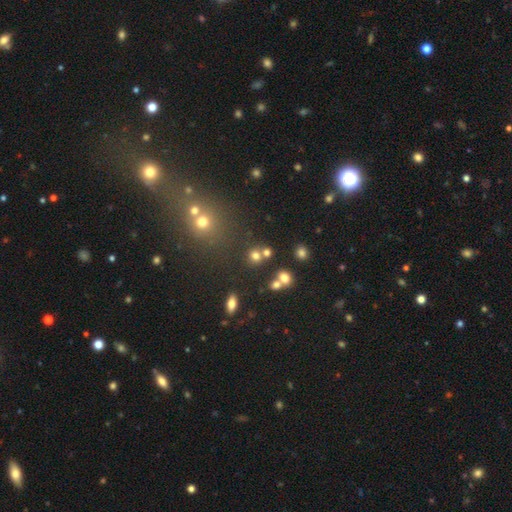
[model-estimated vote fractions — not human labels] A smooth galaxy with no disk features (71%) that is round (84%).

Vote fractions:
- Smooth or featured? smooth: 71% / star or artifact: 18% / featured or disk: 11%
- How rounded? round: 84% / in between: 15% / cigar-shaped: 1%
- Merging? none: 61% / merger: 26% / minor disturbance: 9% / major disturbance: 4%